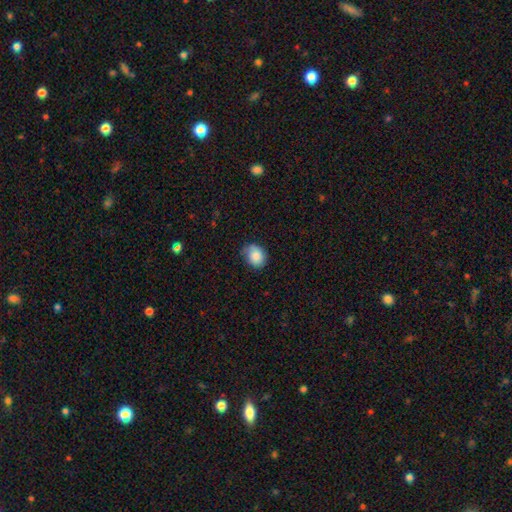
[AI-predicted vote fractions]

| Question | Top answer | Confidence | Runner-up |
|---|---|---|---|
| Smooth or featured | smooth | 84% | featured or disk (8%) |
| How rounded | in between | 54% | round (45%) |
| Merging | none | 63% | minor disturbance (29%) |